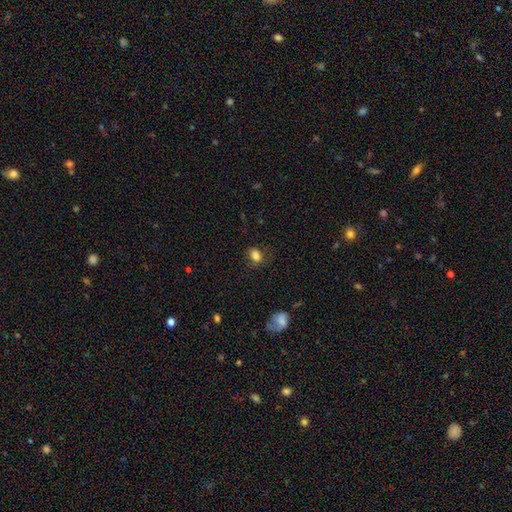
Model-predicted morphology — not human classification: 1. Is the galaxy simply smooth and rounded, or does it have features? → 83% smooth, 10% star or artifact, 6% featured or disk.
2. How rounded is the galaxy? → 70% in between, 29% round, 1% cigar-shaped.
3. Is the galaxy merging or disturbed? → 71% none, 19% minor disturbance, 8% major disturbance, 2% merger.